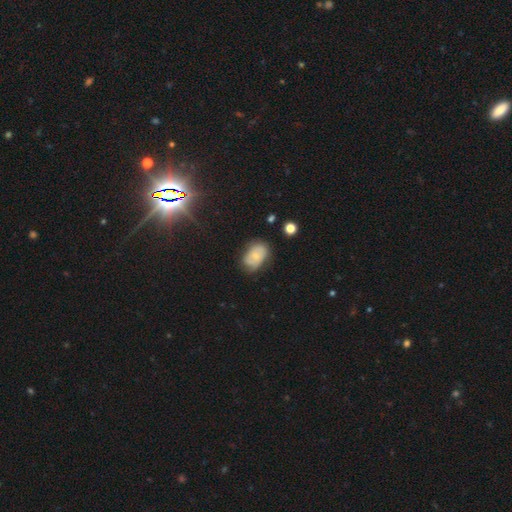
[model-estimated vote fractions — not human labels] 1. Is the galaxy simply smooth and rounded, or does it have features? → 60% smooth, 30% featured or disk, 9% star or artifact.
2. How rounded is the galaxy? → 87% in between, 12% round, 1% cigar-shaped.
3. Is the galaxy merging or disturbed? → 59% none, 30% minor disturbance, 9% major disturbance, 2% merger.